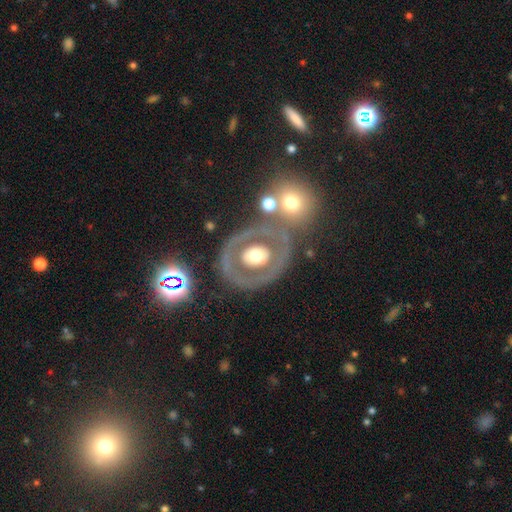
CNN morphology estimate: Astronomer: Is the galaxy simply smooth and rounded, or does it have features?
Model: featured or disk — 63%.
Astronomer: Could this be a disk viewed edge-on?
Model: no — 95%.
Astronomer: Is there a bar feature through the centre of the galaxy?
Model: no — 87%.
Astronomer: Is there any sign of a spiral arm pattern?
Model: no — 85%.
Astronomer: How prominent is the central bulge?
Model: moderate — 64%.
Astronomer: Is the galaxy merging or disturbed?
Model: none — 65%.